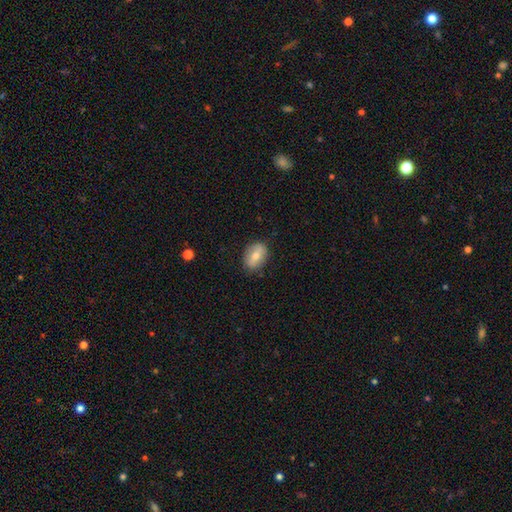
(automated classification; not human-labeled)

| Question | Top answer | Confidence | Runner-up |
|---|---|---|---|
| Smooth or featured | smooth | 63% | featured or disk (30%) |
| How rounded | in between | 77% | round (21%) |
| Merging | none | 83% | minor disturbance (13%) |